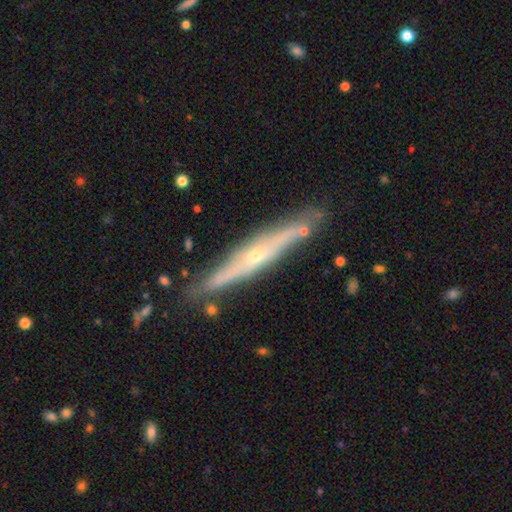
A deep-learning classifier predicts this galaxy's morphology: featured or disk 75%, smooth 19%, star or artifact 6%. Down the decision tree: edge-on disk — yes (90%); edge-on bulge — rounded (76%); merging — none (80%).